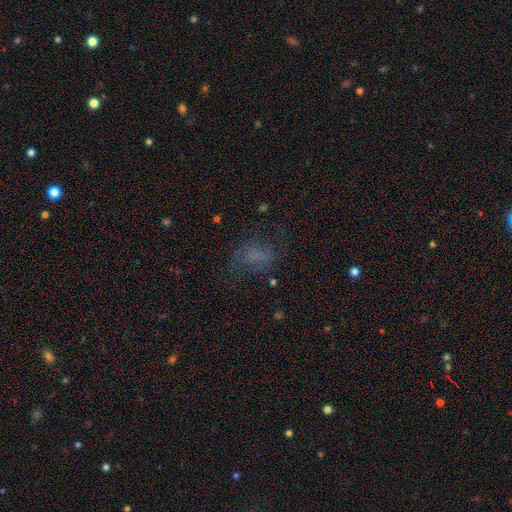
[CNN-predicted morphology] smooth-or-featured: smooth: 53% | featured or disk: 25% | star or artifact: 22%
  how-rounded: in between: 75% | round: 23% | cigar-shaped: 3%
  merging: none: 51% | major disturbance: 25% | minor disturbance: 21% | merger: 2%